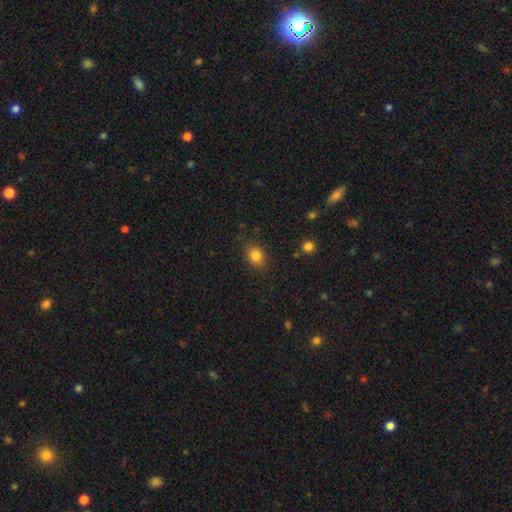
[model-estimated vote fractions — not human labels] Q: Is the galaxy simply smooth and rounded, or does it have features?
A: smooth — 83%.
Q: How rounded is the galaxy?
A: in between — 60%.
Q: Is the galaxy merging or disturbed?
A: none — 84%.